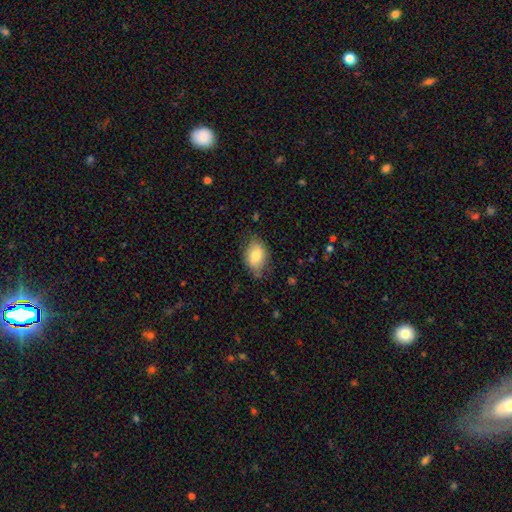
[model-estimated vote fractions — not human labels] A smooth galaxy with no disk features (79%) that is in between round and cigar-shaped (83%). Merging: none (74%).